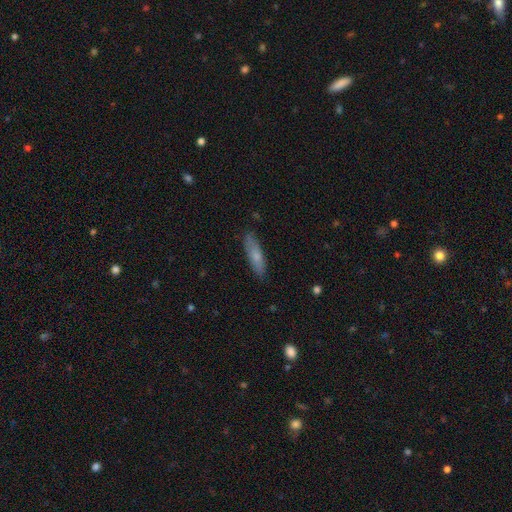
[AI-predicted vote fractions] A smooth galaxy with no disk features (70%) that is cigar-shaped (64%). Merging: none (83%).